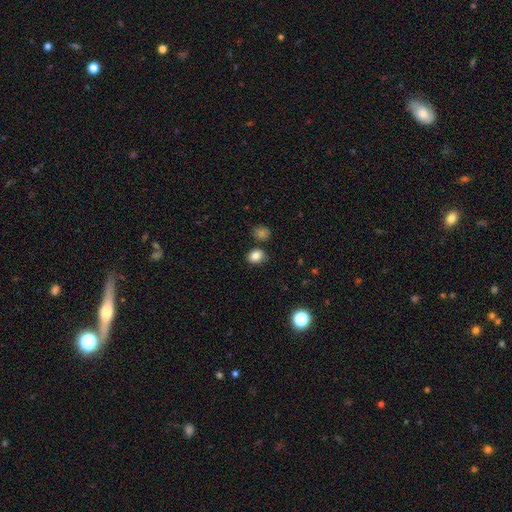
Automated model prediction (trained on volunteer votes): The model was most divided on "how rounded": in between: 58%, round: 41%, cigar-shaped: 1%. More confident: smooth or featured — smooth (84%); merging — none (78%).